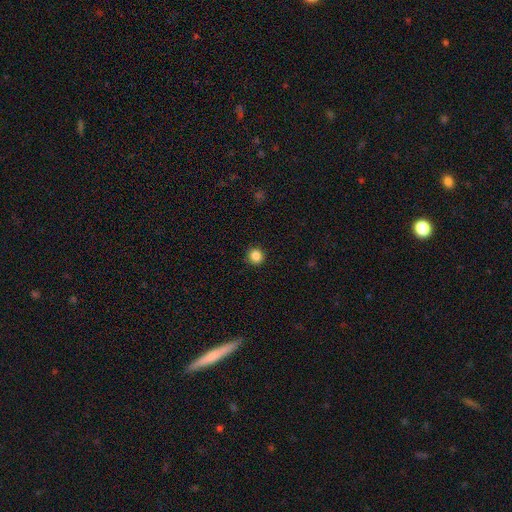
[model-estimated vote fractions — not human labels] Smooth or featured?
  - smooth: 86% *
  - star or artifact: 11%
  - featured or disk: 4%
How rounded?
  - round: 94% *
  - in between: 5%
  - cigar-shaped: 1%
Merging?
  - none: 92% *
  - minor disturbance: 5%
  - major disturbance: 2%
  - merger: 1%